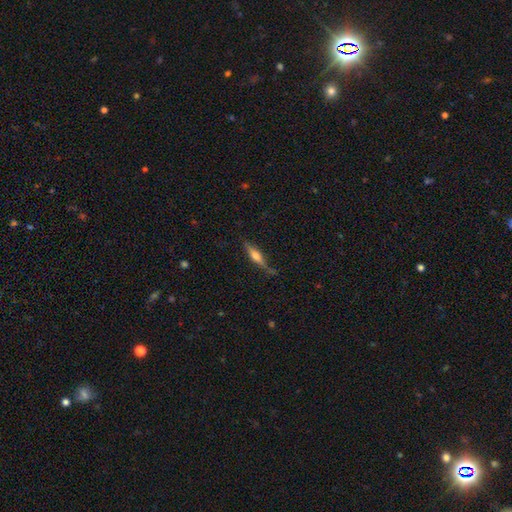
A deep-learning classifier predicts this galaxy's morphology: This is possibly a featured or disk galaxy (49%). Merging: likely none (71%).